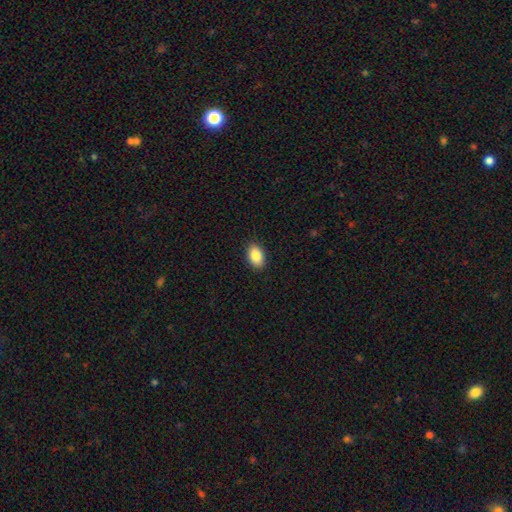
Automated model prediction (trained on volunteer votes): Smooth or featured?
  - smooth: 87% *
  - star or artifact: 8%
  - featured or disk: 6%
How rounded?
  - in between: 89% *
  - round: 10%
  - cigar-shaped: 1%
Merging?
  - none: 90% *
  - minor disturbance: 7%
  - major disturbance: 2%
  - merger: 1%